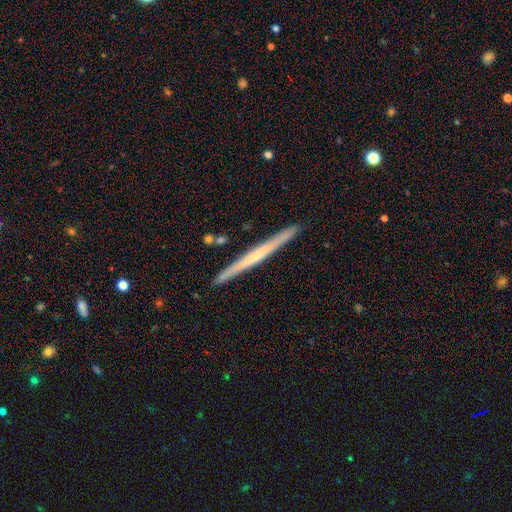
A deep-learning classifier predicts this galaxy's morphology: smooth-or-featured: featured or disk: 57% | smooth: 37% | star or artifact: 6%
  disk-edge-on: yes: 98% | no: 2%
    edge-on-bulge: none: 73% | rounded: 22% | boxy: 5%
  merging: none: 91% | minor disturbance: 6% | merger: 1% | major disturbance: 1%